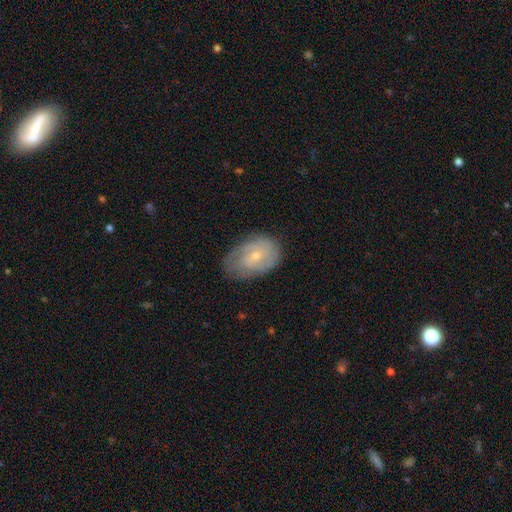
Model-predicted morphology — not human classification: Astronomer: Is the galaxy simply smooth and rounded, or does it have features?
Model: featured or disk — 64%.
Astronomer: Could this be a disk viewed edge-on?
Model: no — 96%.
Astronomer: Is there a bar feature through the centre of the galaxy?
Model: no — 69%.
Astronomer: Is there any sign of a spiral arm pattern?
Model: yes — 84%.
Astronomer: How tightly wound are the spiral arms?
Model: tight — 58%.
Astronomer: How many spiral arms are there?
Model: can't tell — 44% (runner-up: 2, 30%).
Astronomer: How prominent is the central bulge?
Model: small — 68%.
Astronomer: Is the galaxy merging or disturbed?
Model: none — 70%.